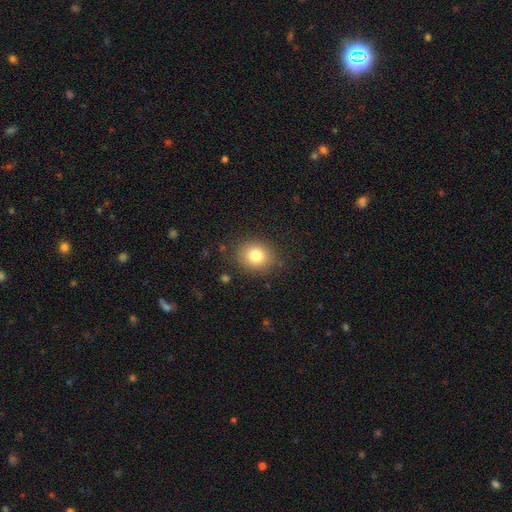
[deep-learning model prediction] Q: Smooth or featured?
A: smooth (80%); runner-up: star or artifact (11%)
Q: How rounded?
A: round (68%); runner-up: in between (32%)
Q: Merging?
A: none (85%); runner-up: minor disturbance (10%)